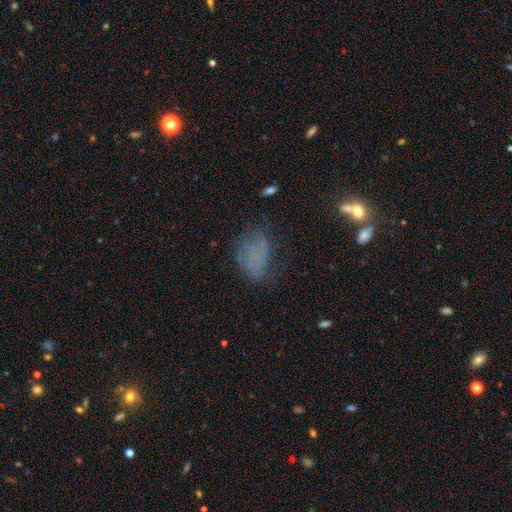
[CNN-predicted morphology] Smooth or featured: smooth — 54% (featured or disk — 27%)
How rounded: in between — 78% (round — 19%)
Merging: none — 44% (minor disturbance — 27%)